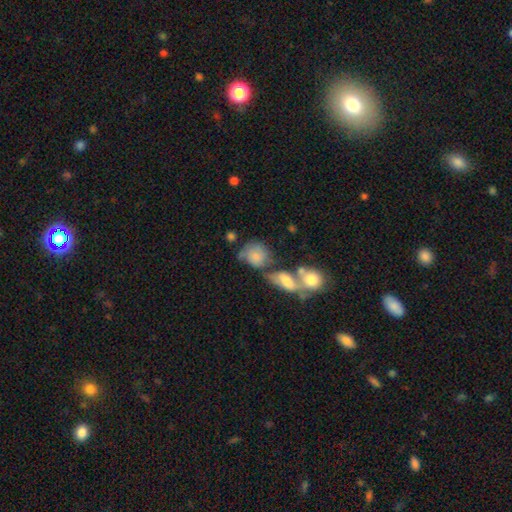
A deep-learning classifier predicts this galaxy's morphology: smooth-or-featured: smooth: 69% | featured or disk: 23% | star or artifact: 9%
  how-rounded: round: 62% | in between: 36% | cigar-shaped: 2%
  merging: merger: 39% | none: 31% | minor disturbance: 17% | major disturbance: 12%